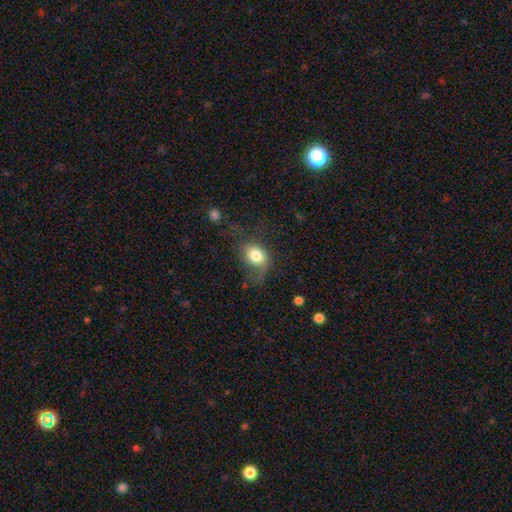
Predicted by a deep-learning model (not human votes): This is likely a smooth galaxy (75%). How rounded: possibly in between (55%). Merging: marginally none (42%).